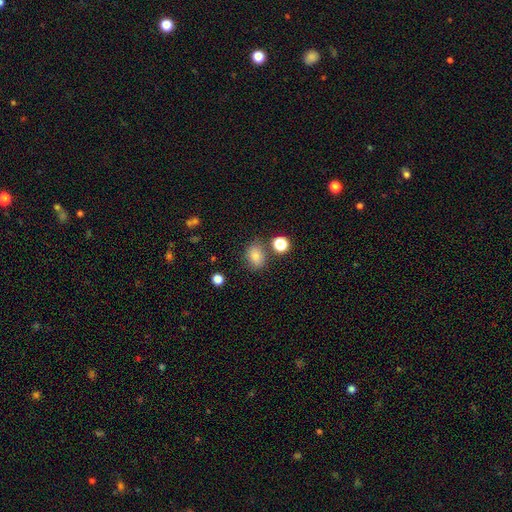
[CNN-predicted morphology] smooth 80%, star or artifact 12%, featured or disk 8%. Down the decision tree: how rounded — in between (61%); merging — none (73%).